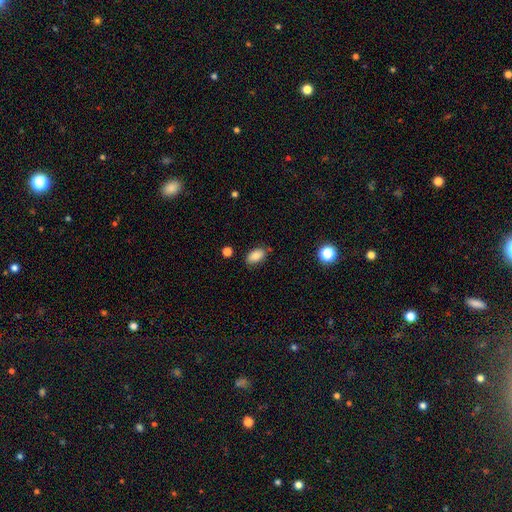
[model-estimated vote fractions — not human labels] Smooth or featured?
  - smooth: 85% *
  - star or artifact: 9%
  - featured or disk: 7%
How rounded?
  - in between: 91% *
  - round: 6%
  - cigar-shaped: 2%
Merging?
  - none: 80% *
  - minor disturbance: 14%
  - major disturbance: 3%
  - merger: 3%